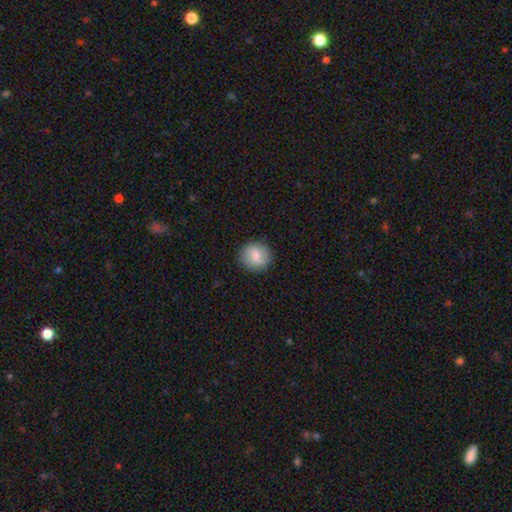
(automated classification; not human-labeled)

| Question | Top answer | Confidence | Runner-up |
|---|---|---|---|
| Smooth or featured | smooth | 78% | featured or disk (15%) |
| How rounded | round | 90% | in between (9%) |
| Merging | none | 88% | minor disturbance (8%) |